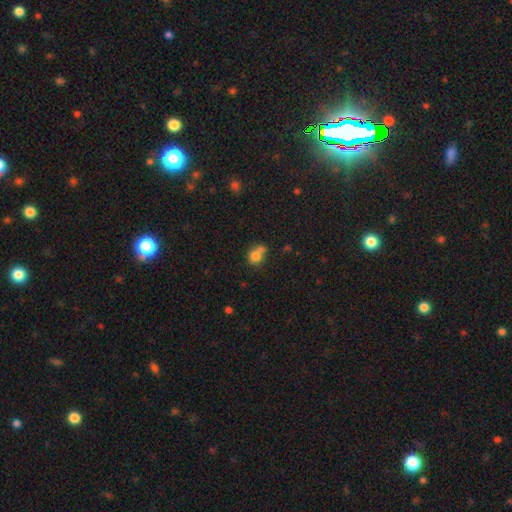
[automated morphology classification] smooth 77%, star or artifact 12%, featured or disk 11%. Down the decision tree: how rounded — round (71%); merging — merger (42%).